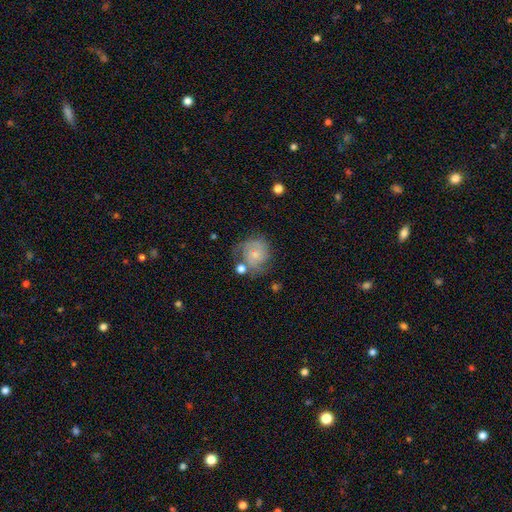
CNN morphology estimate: A featured or disk galaxy (58%) with no bar (72%), spiral arms (84%) and a small central bulge (64%). Merging: none (55%).